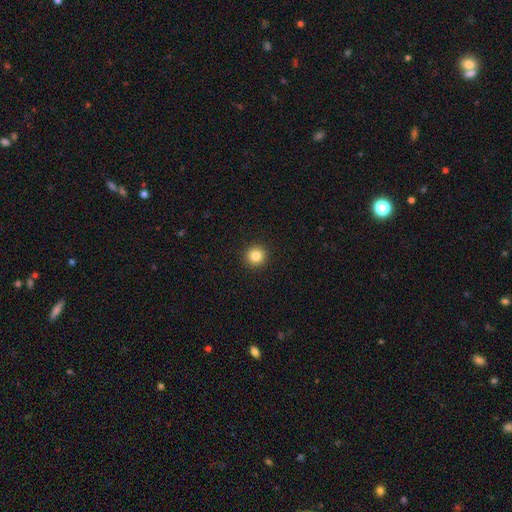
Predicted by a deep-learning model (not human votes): This appears to be a smooth galaxy with no disk features (84%) that is round (95%). Merging: none (93%).